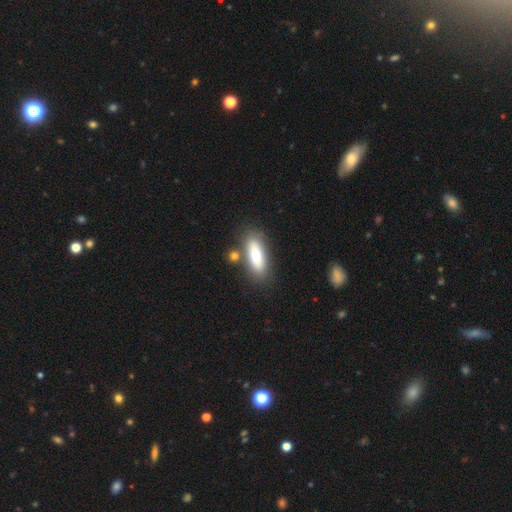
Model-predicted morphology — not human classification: This is likely a smooth galaxy (69%). How rounded: likely in between (65%). Merging: likely none (73%).